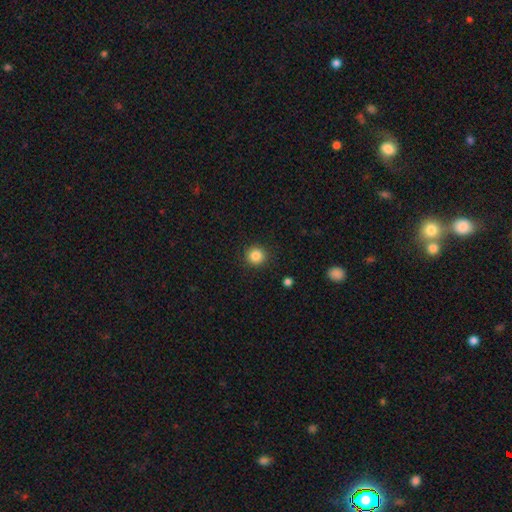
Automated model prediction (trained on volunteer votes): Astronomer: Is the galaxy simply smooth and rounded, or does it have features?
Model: smooth — 85%.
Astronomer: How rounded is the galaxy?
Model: round — 93%.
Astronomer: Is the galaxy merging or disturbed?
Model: none — 91%.